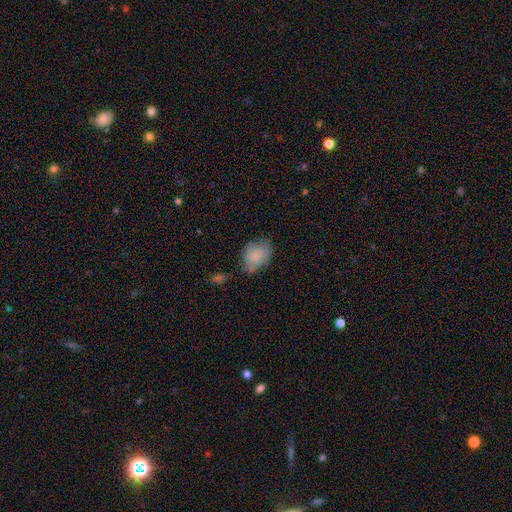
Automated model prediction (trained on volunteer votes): Smooth or featured? Predicted: smooth (p=0.77). How rounded? Predicted: in between (p=0.78). Merging? Predicted: none (p=0.53).